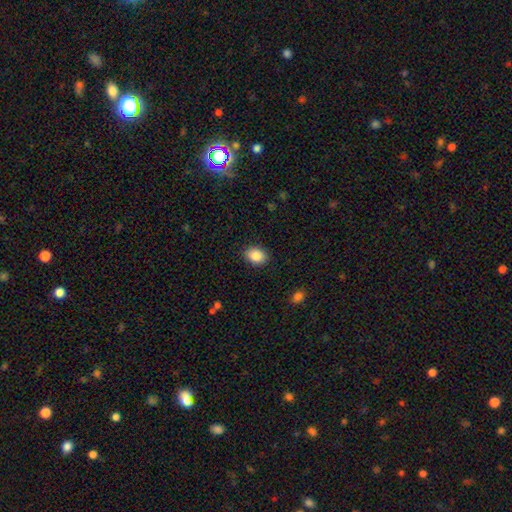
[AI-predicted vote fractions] A smooth galaxy with no disk features (88%) that is in between round and cigar-shaped (67%). Merging: none (89%).